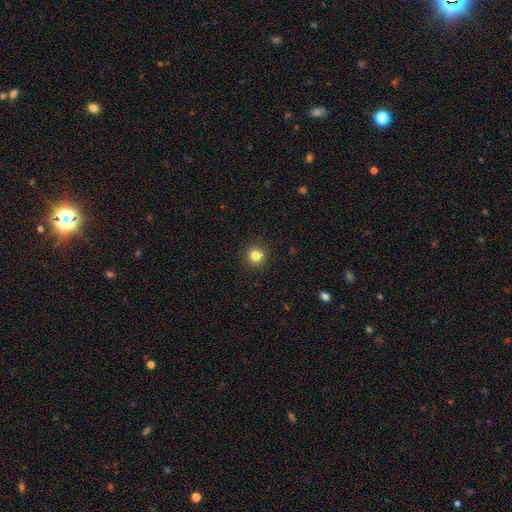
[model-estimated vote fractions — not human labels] This appears to be a smooth galaxy with no disk features (82%) that is round (93%). Merging: none (92%).